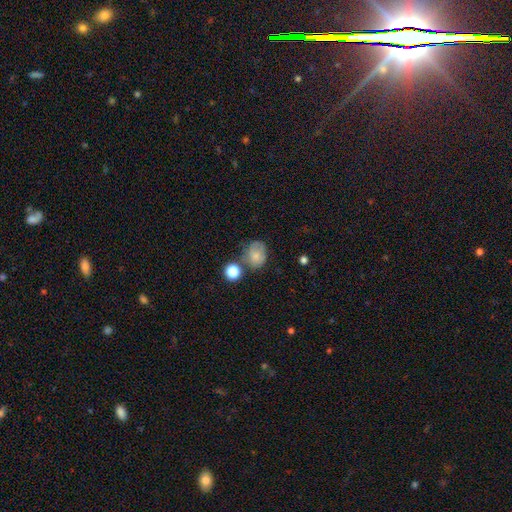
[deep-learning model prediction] A smooth galaxy with no disk features (69%) that is round (58%).

Vote fractions:
- Smooth or featured? smooth: 69% / featured or disk: 20% / star or artifact: 11%
- How rounded? round: 58% / in between: 41% / cigar-shaped: 1%
- Merging? none: 49% / minor disturbance: 27% / merger: 13% / major disturbance: 10%